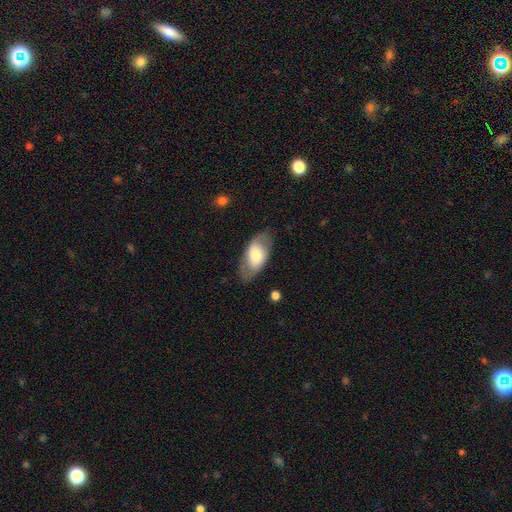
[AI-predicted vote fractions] This is likely a smooth galaxy (61%). How rounded: clearly in between (93%). Merging: likely none (76%).